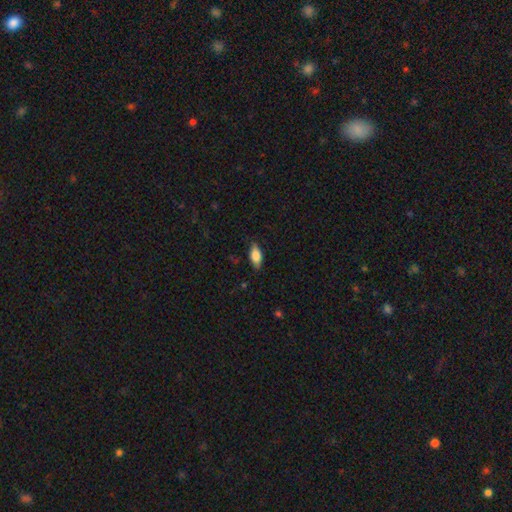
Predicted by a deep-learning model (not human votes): Morphology: type=smooth (76%); roundness=in between (86%); merging=none (81%).